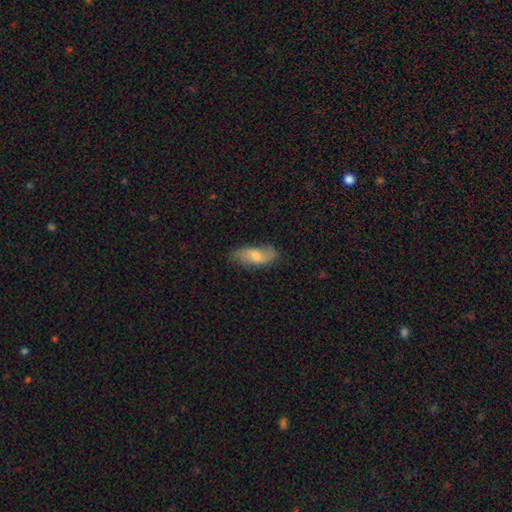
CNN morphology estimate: Smooth or featured?
  - featured or disk: 47% *
  - smooth: 46%
  - star or artifact: 7%
Merging?
  - none: 75% *
  - minor disturbance: 19%
  - major disturbance: 5%
  - merger: 1%